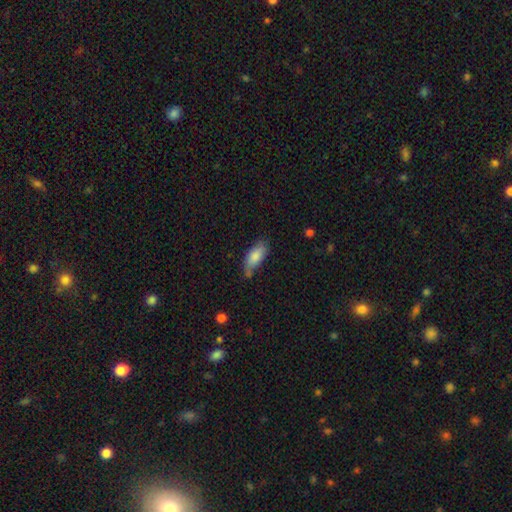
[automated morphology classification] This appears to be a smooth galaxy with no disk features (80%) that is in between round and cigar-shaped (83%). Merging: none (60%).